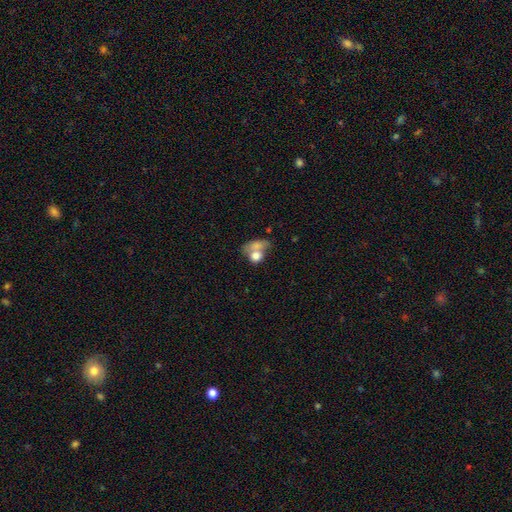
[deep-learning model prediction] This appears to be a smooth galaxy with no disk features (71%) that is round (51%). Merging: merger (55%).